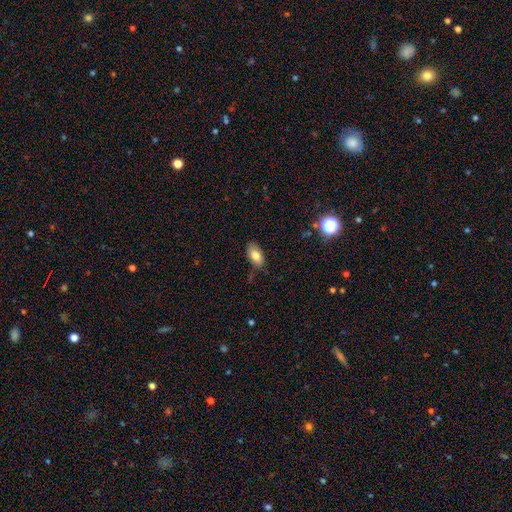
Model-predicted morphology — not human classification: Smooth or featured? smooth (80%)
How rounded? in between (92%)
Merging? none (74%)